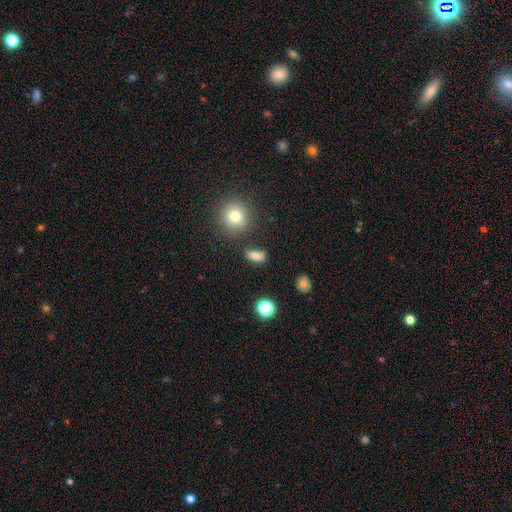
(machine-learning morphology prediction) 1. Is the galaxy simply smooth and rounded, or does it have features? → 77% smooth, 14% star or artifact, 9% featured or disk.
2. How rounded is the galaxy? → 79% in between, 14% round, 6% cigar-shaped.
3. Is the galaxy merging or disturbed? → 73% none, 16% minor disturbance, 5% merger, 5% major disturbance.